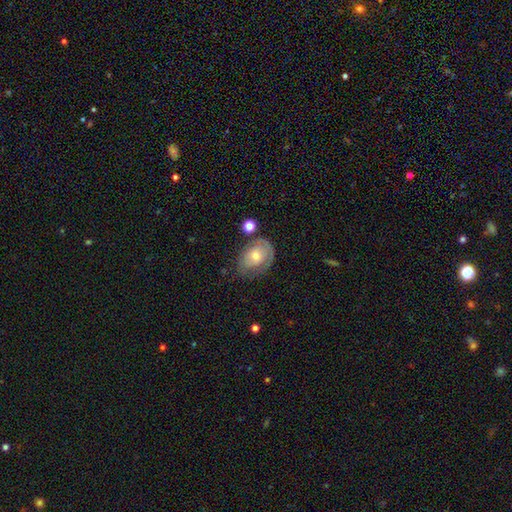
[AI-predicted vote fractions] smooth_or_featured: featured or disk (p=0.48) [alt: smooth p=0.44]
merging: none (p=0.51) [alt: minor disturbance p=0.28]